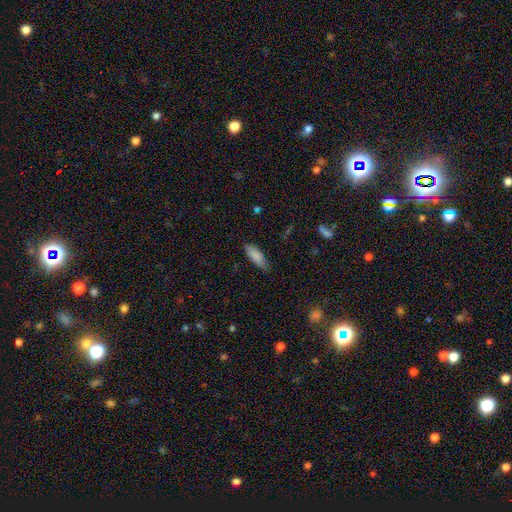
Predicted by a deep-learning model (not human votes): Morphology: type=smooth (85%); roundness=in between (68%); merging=none (76%).